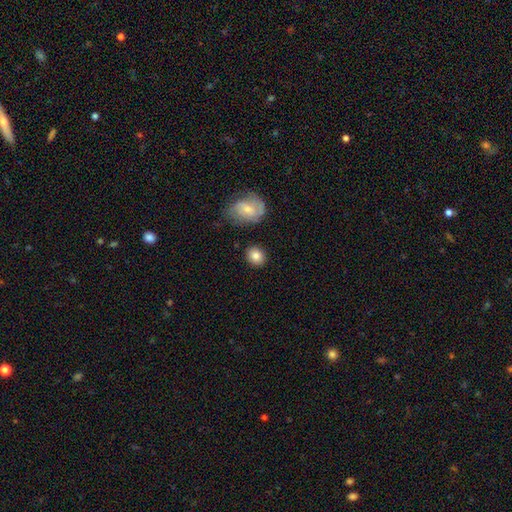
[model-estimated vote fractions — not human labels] smooth_or_featured: smooth (p=0.83) [alt: featured or disk p=0.09]
how_rounded: round (p=0.63) [alt: in between p=0.36]
merging: none (p=0.84) [alt: minor disturbance p=0.09]